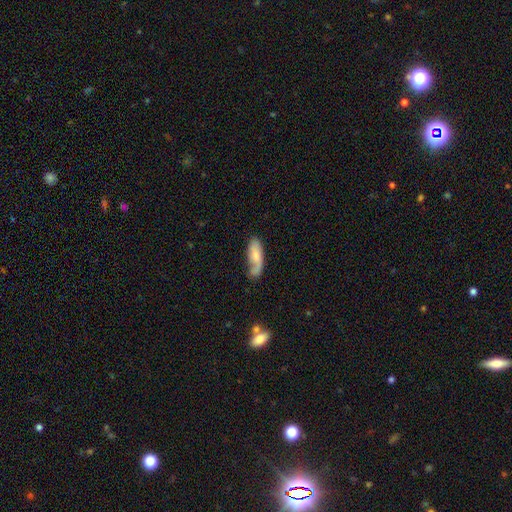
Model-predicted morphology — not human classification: Smooth or featured: smooth — 56% (featured or disk — 38%)
How rounded: in between — 73% (cigar-shaped — 25%)
Merging: none — 48% (minor disturbance — 31%)